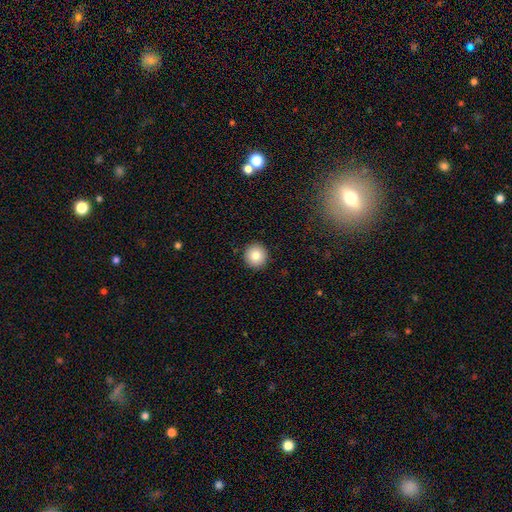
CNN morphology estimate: A smooth galaxy with no disk features (85%) that is round (94%). Merging: none (92%).